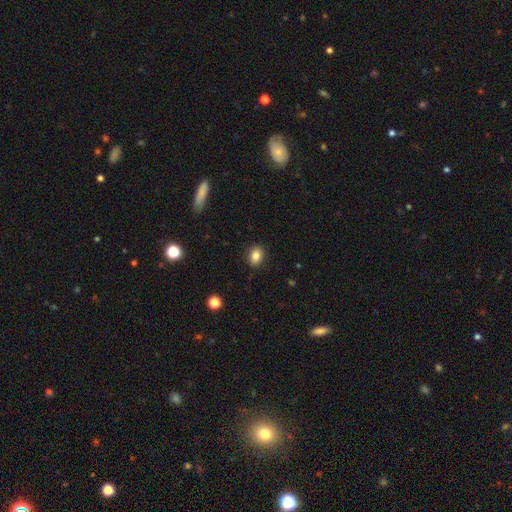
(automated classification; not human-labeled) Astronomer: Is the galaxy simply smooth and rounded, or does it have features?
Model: smooth — 84%.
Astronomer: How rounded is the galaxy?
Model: in between — 67%.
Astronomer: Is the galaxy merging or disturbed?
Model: none — 89%.